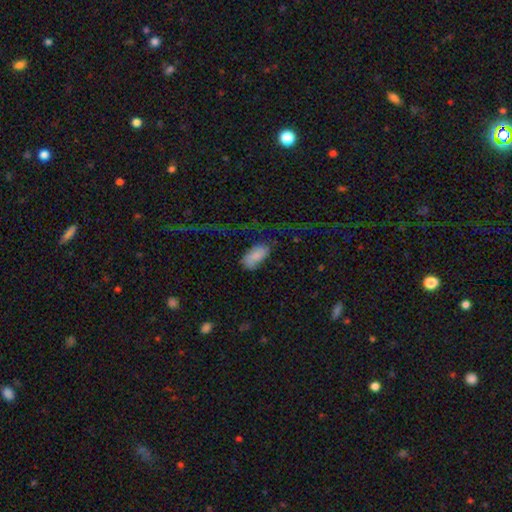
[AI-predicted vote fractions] This appears to be a smooth galaxy with no disk features (76%) that is in between round and cigar-shaped (93%). Merging: none (45%).